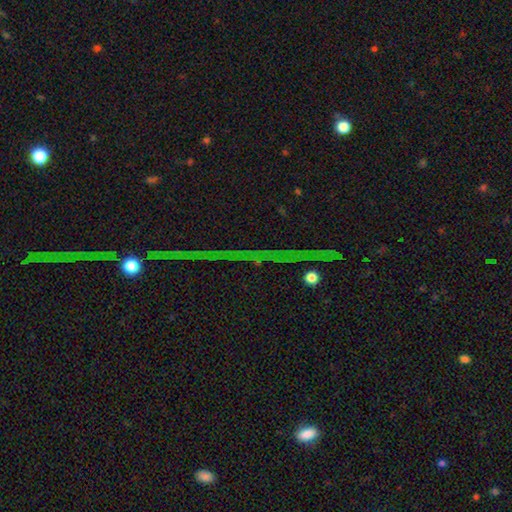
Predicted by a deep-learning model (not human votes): Q: Smooth or featured?
A: star or artifact (82%); runner-up: featured or disk (10%)